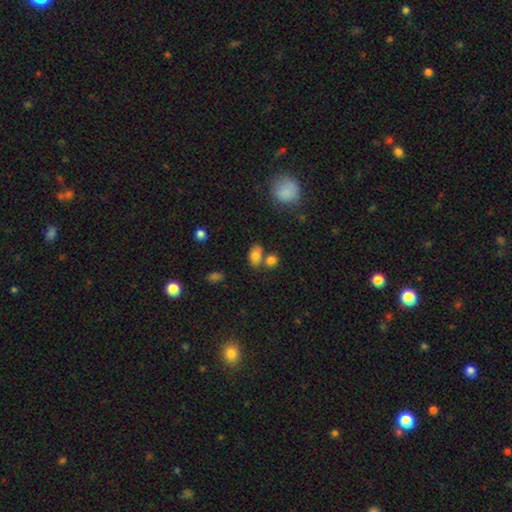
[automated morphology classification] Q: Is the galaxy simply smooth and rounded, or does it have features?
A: smooth — 79%.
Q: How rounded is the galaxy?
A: in between — 81%.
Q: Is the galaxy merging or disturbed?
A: none — 52%.